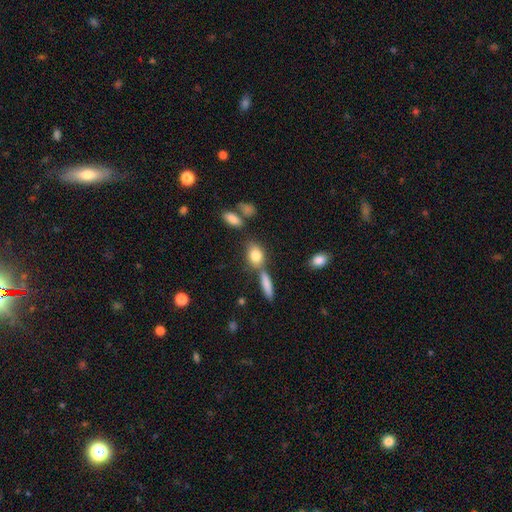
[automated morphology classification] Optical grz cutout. It shows a smooth galaxy with no disk features (80%) that is in between round and cigar-shaped (68%). Merging: none (61%).